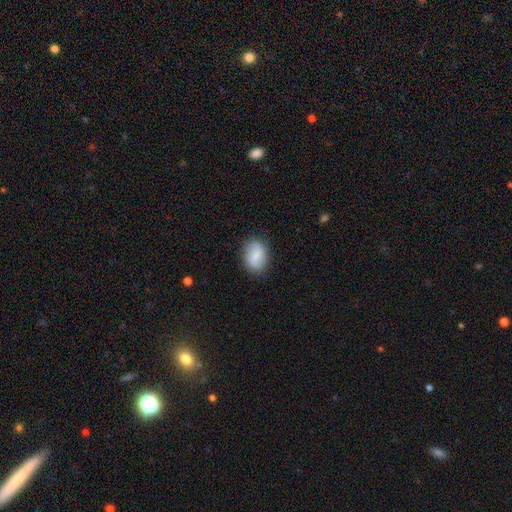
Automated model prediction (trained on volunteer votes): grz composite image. It shows a smooth galaxy with no disk features (74%) that is in between round and cigar-shaped (72%). Merging: none (84%).